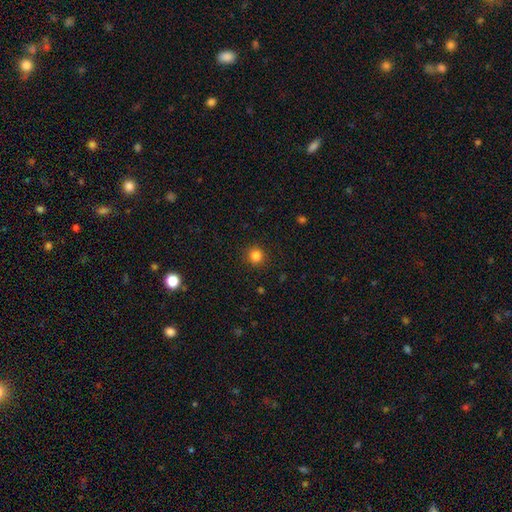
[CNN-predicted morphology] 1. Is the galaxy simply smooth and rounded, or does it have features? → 84% smooth, 12% star or artifact, 4% featured or disk.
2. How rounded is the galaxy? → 93% round, 6% in between, 1% cigar-shaped.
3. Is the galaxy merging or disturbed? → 90% none, 6% minor disturbance, 2% major disturbance, 1% merger.